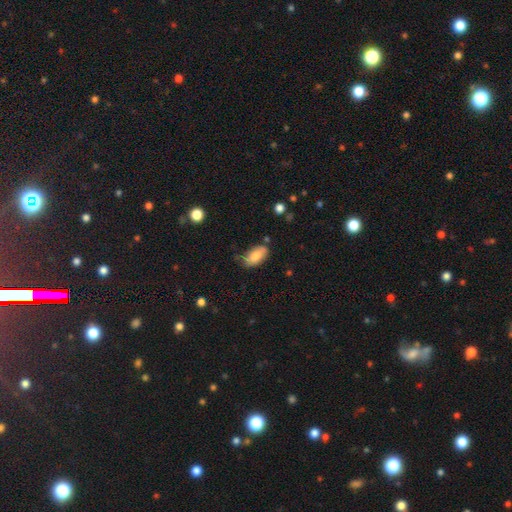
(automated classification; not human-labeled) This appears to be a smooth galaxy with no disk features (80%) that is in between round and cigar-shaped (93%). Merging: none (65%).